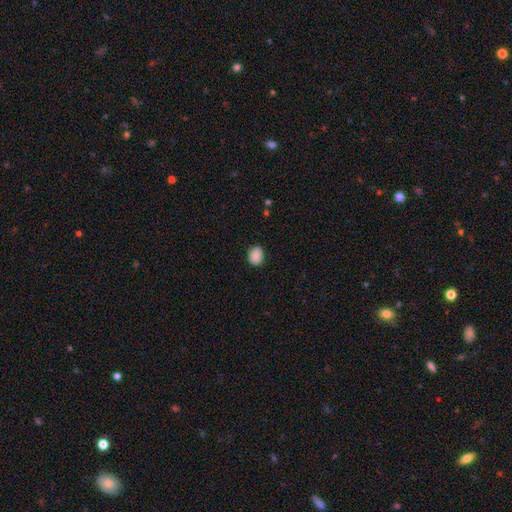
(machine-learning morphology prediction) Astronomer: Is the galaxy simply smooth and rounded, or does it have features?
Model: smooth — 88%.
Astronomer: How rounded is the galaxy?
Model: in between — 56% (runner-up: round, 43%).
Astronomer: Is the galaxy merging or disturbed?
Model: none — 83%.